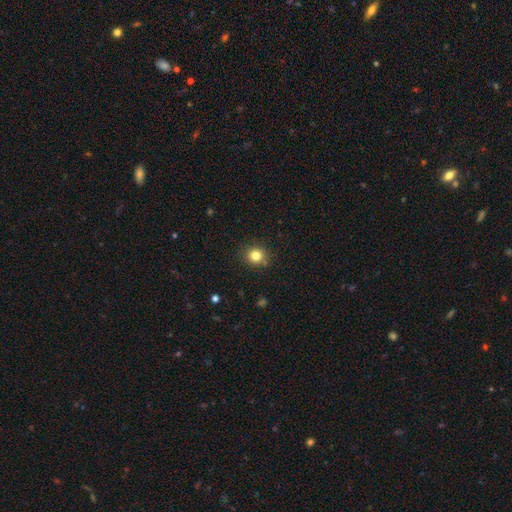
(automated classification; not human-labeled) smooth-or-featured: smooth: 82% | star or artifact: 12% | featured or disk: 6%
  how-rounded: round: 88% | in between: 11% | cigar-shaped: 1%
  merging: none: 87% | minor disturbance: 8% | major disturbance: 2% | merger: 2%